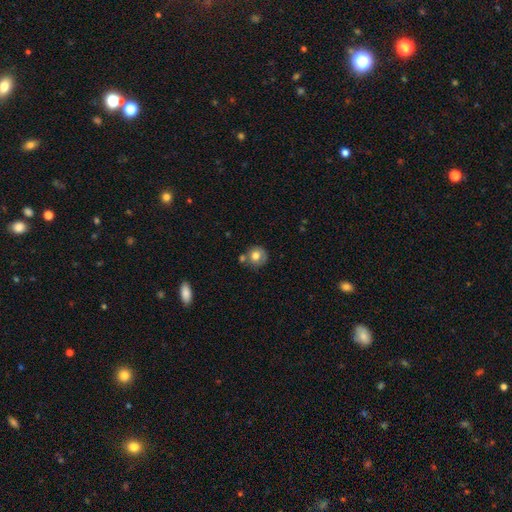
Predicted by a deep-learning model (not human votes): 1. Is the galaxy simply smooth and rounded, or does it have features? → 70% smooth, 22% featured or disk, 8% star or artifact.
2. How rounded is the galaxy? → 88% round, 11% in between, 1% cigar-shaped.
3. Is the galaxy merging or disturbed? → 59% none, 20% merger, 16% minor disturbance, 5% major disturbance.